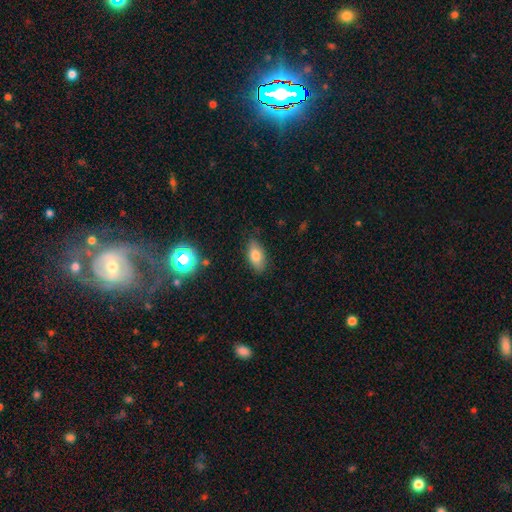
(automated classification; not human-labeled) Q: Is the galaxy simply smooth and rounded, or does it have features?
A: smooth — 77%.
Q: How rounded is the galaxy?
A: in between — 88%.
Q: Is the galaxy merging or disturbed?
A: none — 84%.